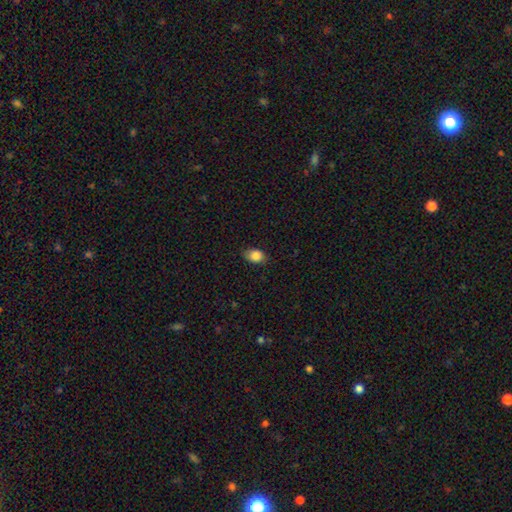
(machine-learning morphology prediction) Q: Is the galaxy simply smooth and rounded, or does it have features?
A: smooth — 86%.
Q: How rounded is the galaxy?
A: in between — 76%.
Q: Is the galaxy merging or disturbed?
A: none — 76%.